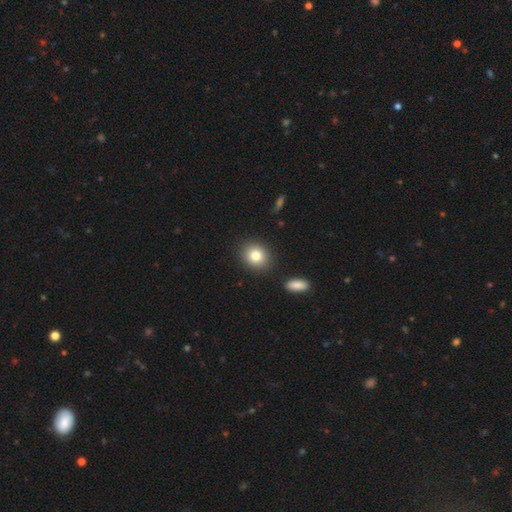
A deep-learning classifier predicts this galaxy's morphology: Smooth or featured: smooth — 81% (star or artifact — 10%)
How rounded: round — 68% (in between — 31%)
Merging: none — 87% (minor disturbance — 7%)